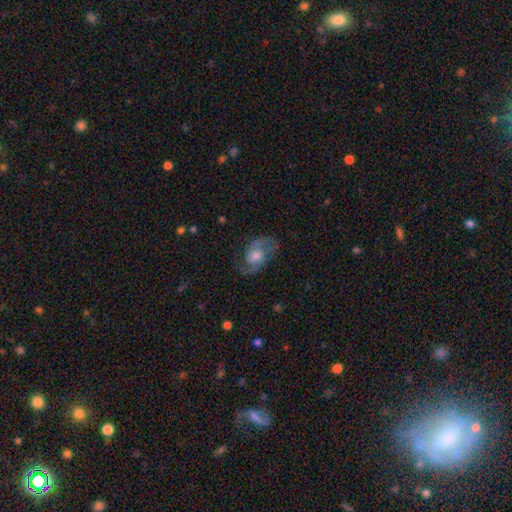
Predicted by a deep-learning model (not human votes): A featured or disk galaxy (79%) with no bar (66%), 2 (89%) medium (52%) spiral arms (93%) and a moderate central bulge (58%). Merging: none (74%).